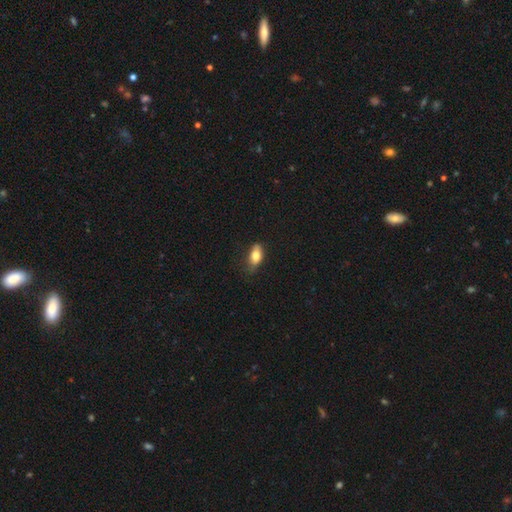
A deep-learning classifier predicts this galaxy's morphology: The model was most divided on "merging": none: 67%, minor disturbance: 26%, major disturbance: 6%, merger: 1%. More confident: how rounded — in between (87%); smooth or featured — smooth (78%).